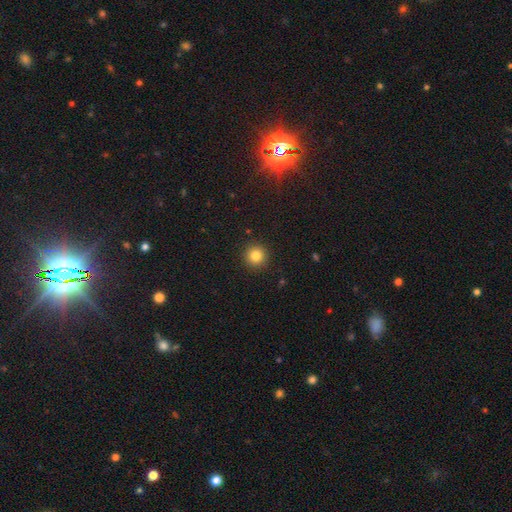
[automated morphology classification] This is clearly a smooth galaxy (83%). How rounded: clearly round (95%). Merging: clearly none (92%).